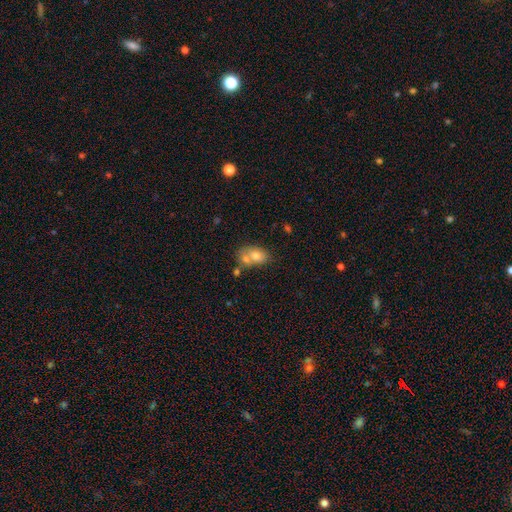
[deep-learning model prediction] The model was most divided on "merging": merger: 50%, none: 32%, minor disturbance: 13%, major disturbance: 5%. More confident: how rounded — in between (79%); smooth or featured — smooth (70%).